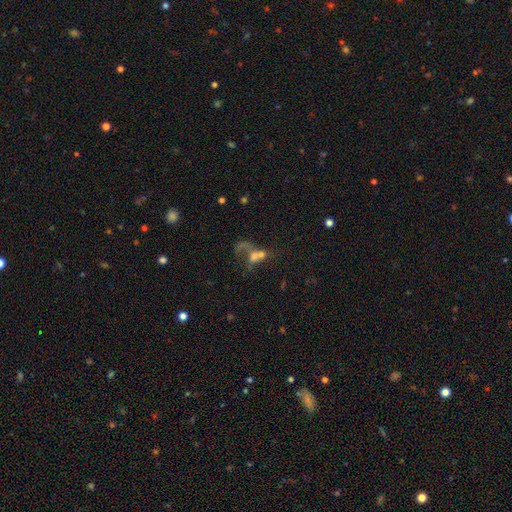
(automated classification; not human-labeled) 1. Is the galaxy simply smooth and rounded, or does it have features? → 44% featured or disk, 36% smooth, 20% star or artifact.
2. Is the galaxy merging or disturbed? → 56% merger, 20% major disturbance, 17% none, 7% minor disturbance.